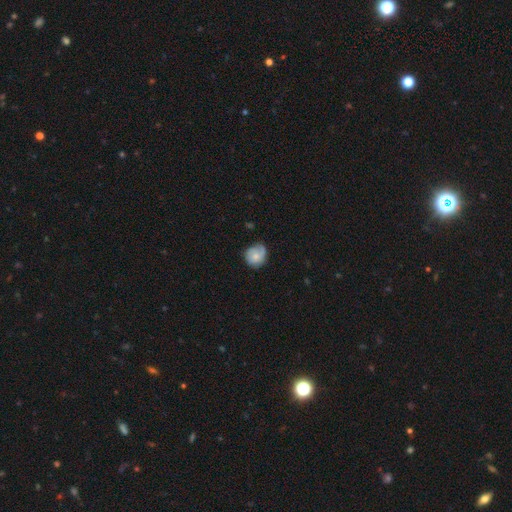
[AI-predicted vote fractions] Morphology: type=smooth (65%); roundness=round (72%); merging=none (56%).